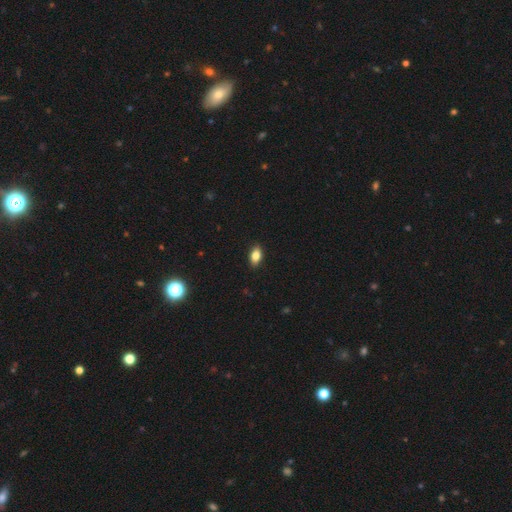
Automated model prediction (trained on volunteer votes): smooth-or-featured: smooth: 83% | star or artifact: 9% | featured or disk: 8%
  how-rounded: in between: 89% | round: 8% | cigar-shaped: 3%
  merging: none: 89% | minor disturbance: 8% | major disturbance: 2% | merger: 1%